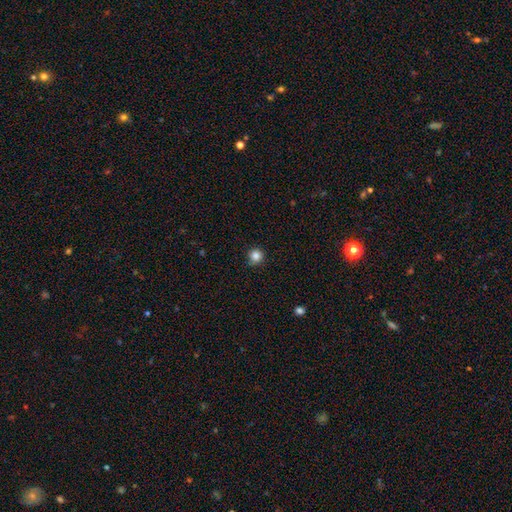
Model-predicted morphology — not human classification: Q: Smooth or featured?
A: smooth (84%); runner-up: star or artifact (12%)
Q: How rounded?
A: round (94%); runner-up: in between (5%)
Q: Merging?
A: none (84%); runner-up: minor disturbance (12%)